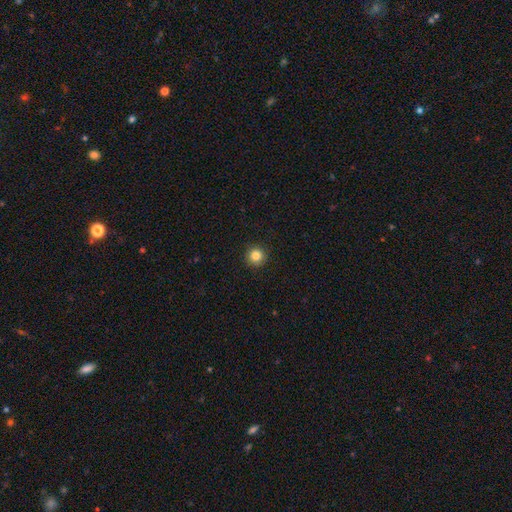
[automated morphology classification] Overall: smooth (85%). How rounded: round (96%). Merging: none (93%).